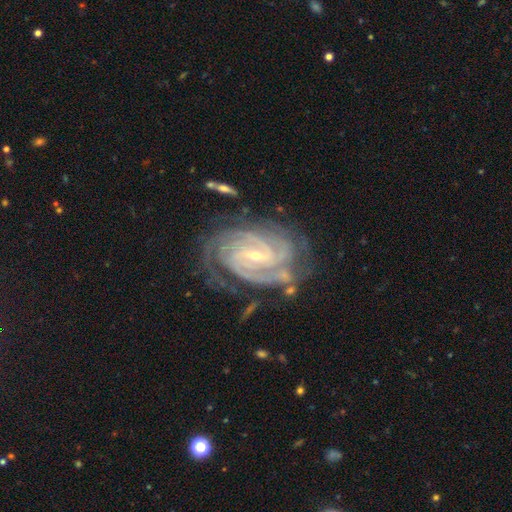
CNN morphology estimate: This is clearly a featured or disk galaxy (93%). It is clearly not viewed edge-on (98%). Bar: possibly weak (46%). Spiral arm pattern: clearly yes (99%). Spiral arm count: marginally 4 (29%). Spiral winding: likely tight (76%). Central bulge: likely small (74%). Merging: likely none (69%).